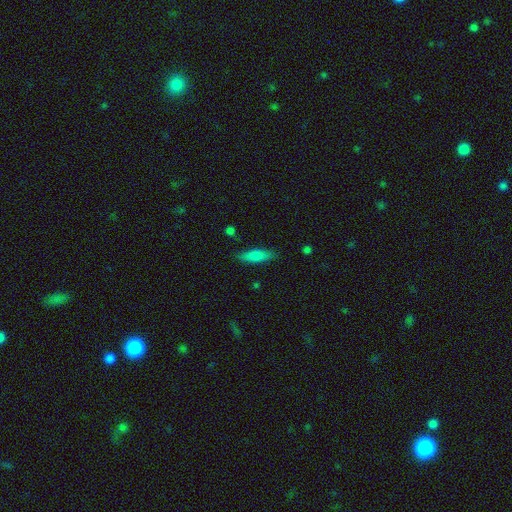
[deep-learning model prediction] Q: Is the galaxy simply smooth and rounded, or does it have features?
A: smooth — 76%.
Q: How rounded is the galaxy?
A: cigar-shaped — 56%.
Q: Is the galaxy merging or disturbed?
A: none — 84%.